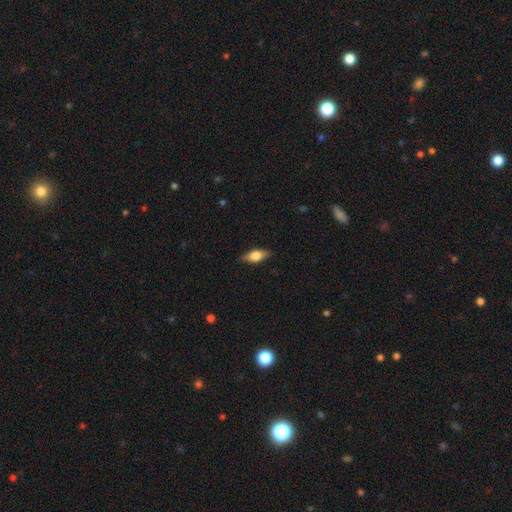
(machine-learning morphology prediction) smooth 58%, featured or disk 35%, star or artifact 7%. Down the decision tree: how rounded — in between (73%); merging — none (86%).